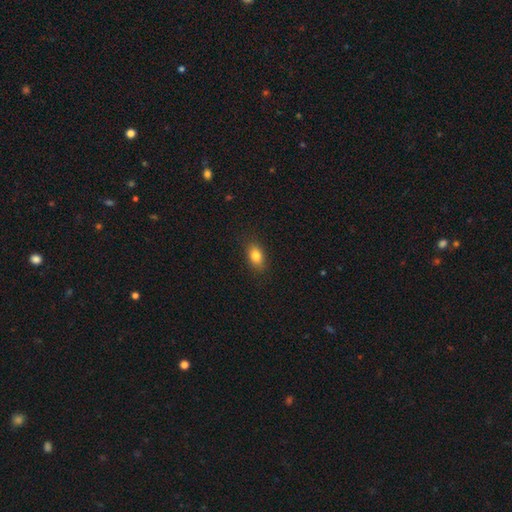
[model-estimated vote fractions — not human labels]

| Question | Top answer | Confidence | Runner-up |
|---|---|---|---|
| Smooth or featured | smooth | 83% | star or artifact (9%) |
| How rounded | in between | 82% | round (15%) |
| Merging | none | 86% | minor disturbance (11%) |